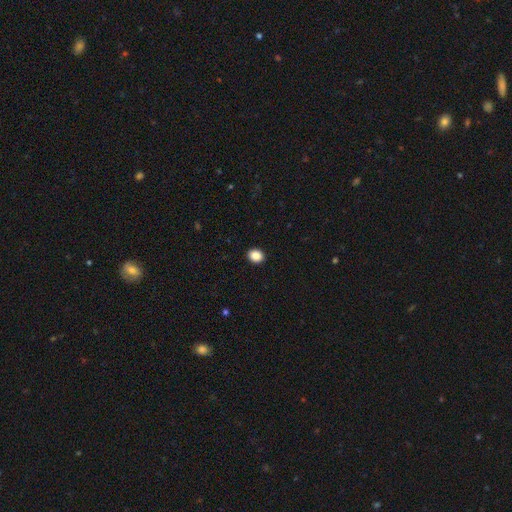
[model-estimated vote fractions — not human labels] smooth_or_featured: smooth (p=0.88) [alt: star or artifact p=0.09]
how_rounded: round (p=0.57) [alt: in between p=0.42]
merging: none (p=0.92) [alt: minor disturbance p=0.05]